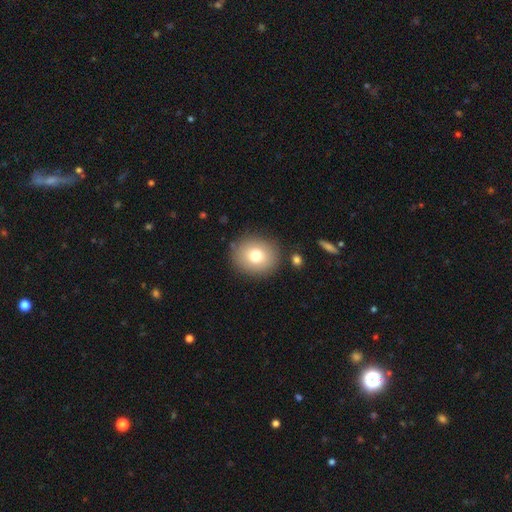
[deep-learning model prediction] Overall: smooth (76%). How rounded: round (72%). Merging: none (85%).